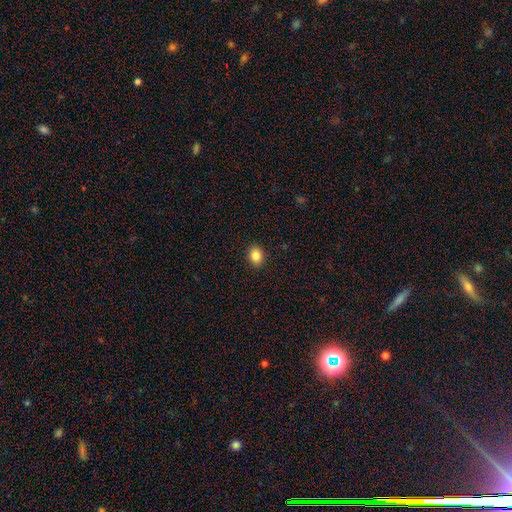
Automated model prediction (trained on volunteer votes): smooth-or-featured: smooth: 86% | star or artifact: 10% | featured or disk: 4%
  how-rounded: round: 50% | in between: 49% | cigar-shaped: 1%
  merging: none: 90% | minor disturbance: 7% | major disturbance: 2% | merger: 1%